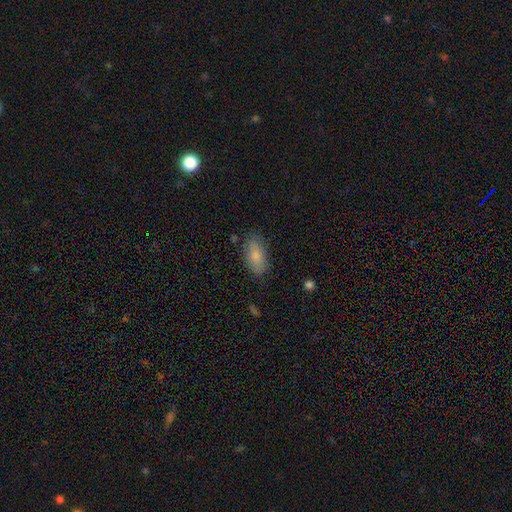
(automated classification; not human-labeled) The model was most divided on "merging": none: 78%, minor disturbance: 16%, major disturbance: 4%, merger: 2%. More confident: how rounded — in between (91%); smooth or featured — smooth (80%).